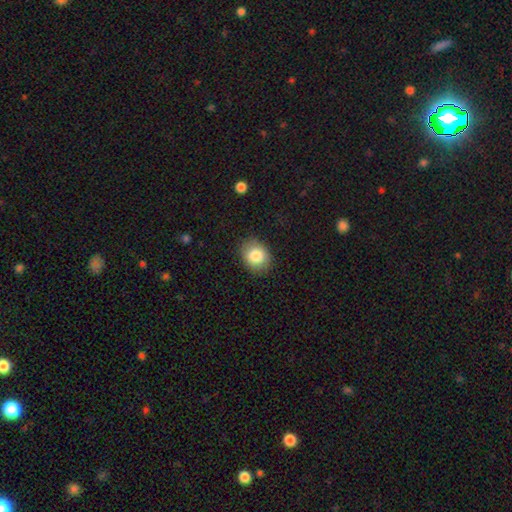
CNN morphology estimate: type=smooth (84%); roundness=round (54%); merging=none (85%).